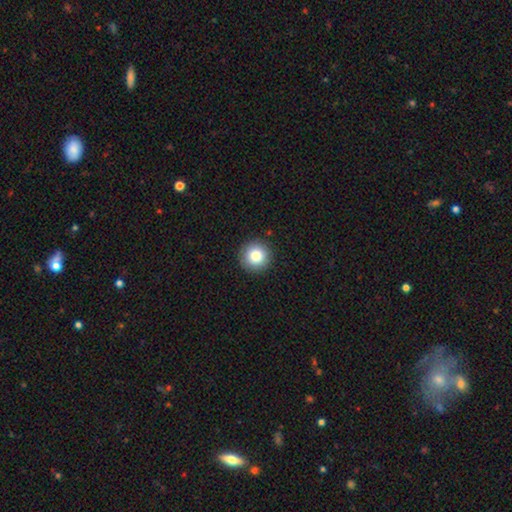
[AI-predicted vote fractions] smooth_or_featured: smooth (p=0.83) [alt: star or artifact p=0.10]
how_rounded: round (p=0.96) [alt: in between p=0.03]
merging: none (p=0.92) [alt: minor disturbance p=0.05]